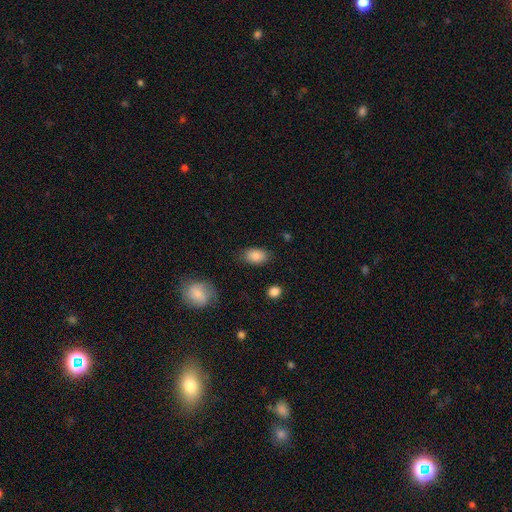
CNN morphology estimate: type=smooth (85%); roundness=in between (88%); merging=none (81%).